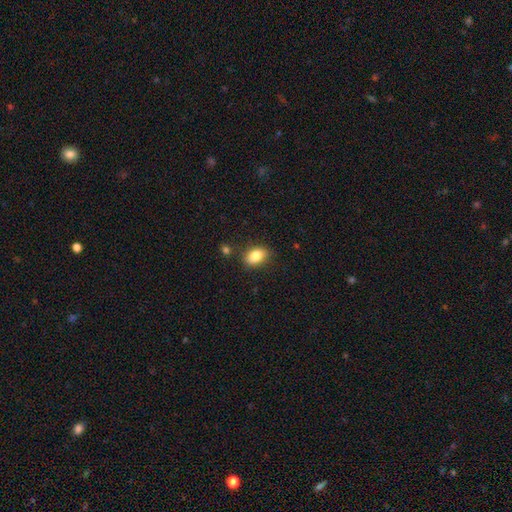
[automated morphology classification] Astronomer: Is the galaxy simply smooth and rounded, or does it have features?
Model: smooth — 83%.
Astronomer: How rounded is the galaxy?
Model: in between — 82%.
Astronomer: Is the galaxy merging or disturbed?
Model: none — 82%.